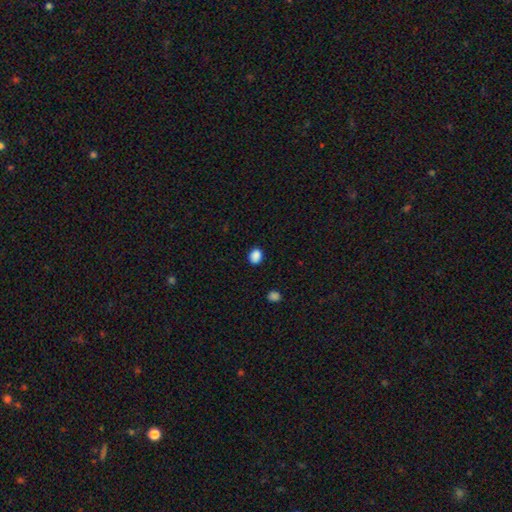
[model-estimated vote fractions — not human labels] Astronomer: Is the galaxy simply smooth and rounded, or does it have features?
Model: smooth — 87%.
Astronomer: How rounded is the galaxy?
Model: in between — 52% (runner-up: round, 47%).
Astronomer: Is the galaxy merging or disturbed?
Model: none — 86%.